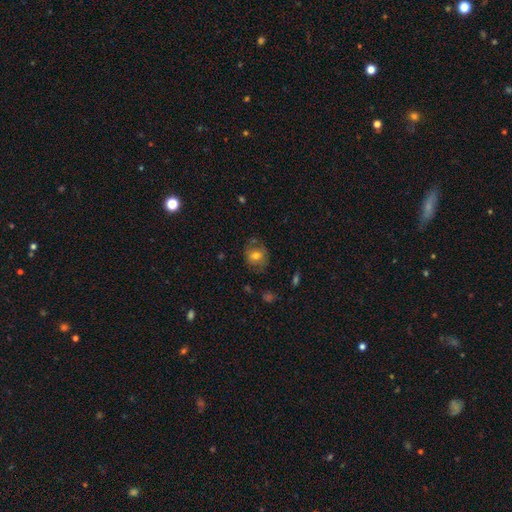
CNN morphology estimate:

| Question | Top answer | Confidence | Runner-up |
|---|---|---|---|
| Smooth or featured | smooth | 65% | featured or disk (25%) |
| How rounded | round | 66% | in between (33%) |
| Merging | none | 71% | minor disturbance (20%) |